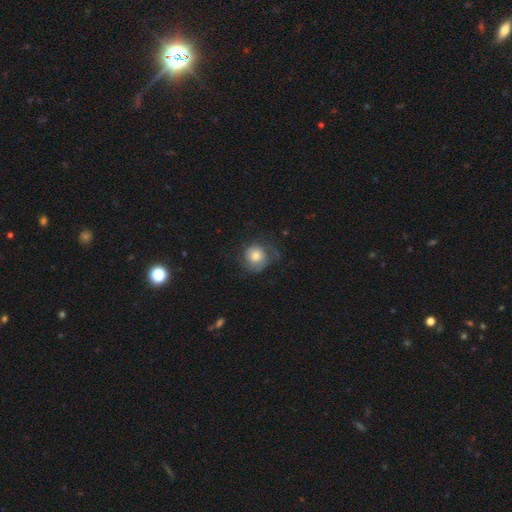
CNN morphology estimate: A smooth galaxy with no disk features (58%) that is round (85%). Merging: none (53%).